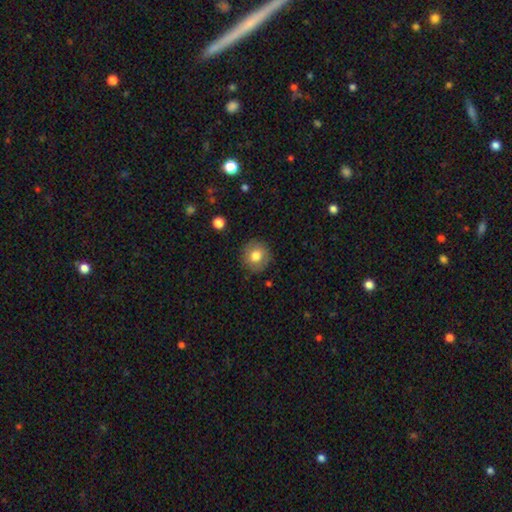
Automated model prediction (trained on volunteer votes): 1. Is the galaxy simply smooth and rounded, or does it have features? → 75% smooth, 16% featured or disk, 9% star or artifact.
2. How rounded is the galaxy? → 90% round, 9% in between, 1% cigar-shaped.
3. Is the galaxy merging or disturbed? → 87% none, 9% minor disturbance, 3% major disturbance, 1% merger.